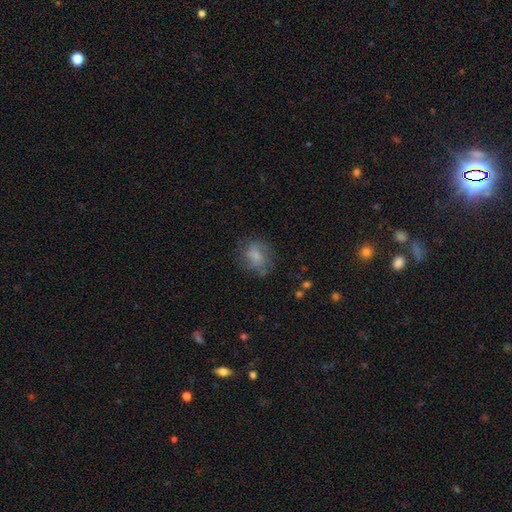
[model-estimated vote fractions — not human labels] Smooth or featured? smooth (59%)
How rounded? round (64%)
Merging? none (65%)